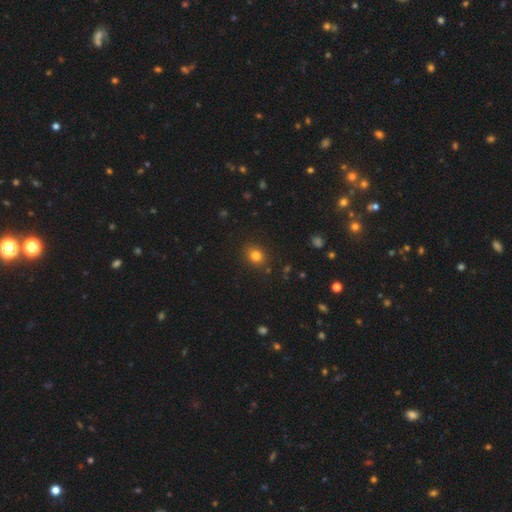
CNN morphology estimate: A smooth galaxy with no disk features (81%) that is round (67%). Merging: none (87%).